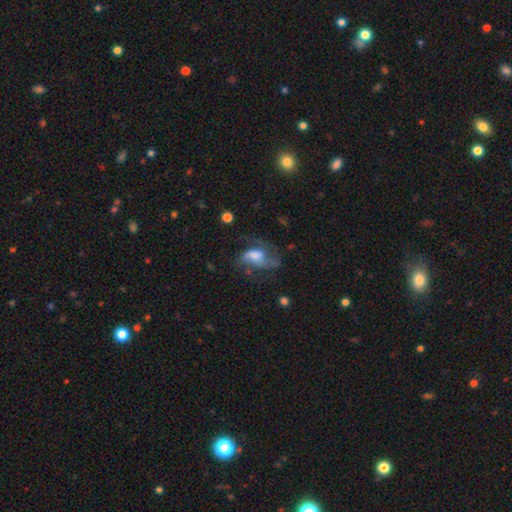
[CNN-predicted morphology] Overall: featured or disk (62%; smooth 29%). Edge-on disk: no (95%). Bar: no (56%; weak 34%). Spiral arms: yes (79%). Bulge size: moderate (39%; large 29%). Merging: none (39%; major disturbance 38%).